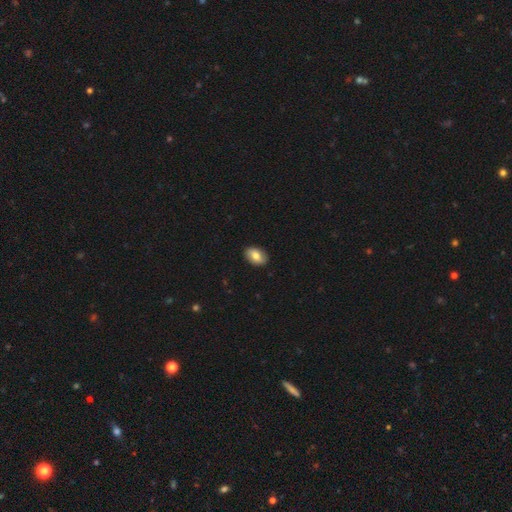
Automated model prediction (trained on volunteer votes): A smooth galaxy with no disk features (75%) that is in between round and cigar-shaped (88%).

Vote fractions:
- Smooth or featured? smooth: 75% / featured or disk: 18% / star or artifact: 7%
- How rounded? in between: 88% / round: 10% / cigar-shaped: 1%
- Merging? none: 89% / minor disturbance: 9% / major disturbance: 2% / merger: 1%